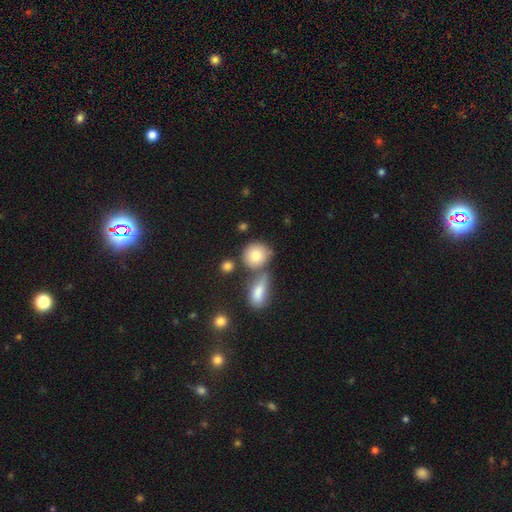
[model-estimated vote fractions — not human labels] smooth 78%, featured or disk 12%, star or artifact 9%. Down the decision tree: how rounded — round (80%); merging — none (57%).